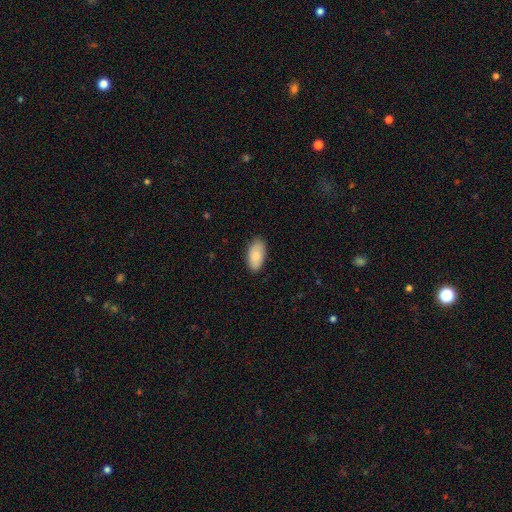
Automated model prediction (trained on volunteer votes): This is clearly a smooth galaxy (87%). How rounded: clearly in between (95%). Merging: clearly none (85%).